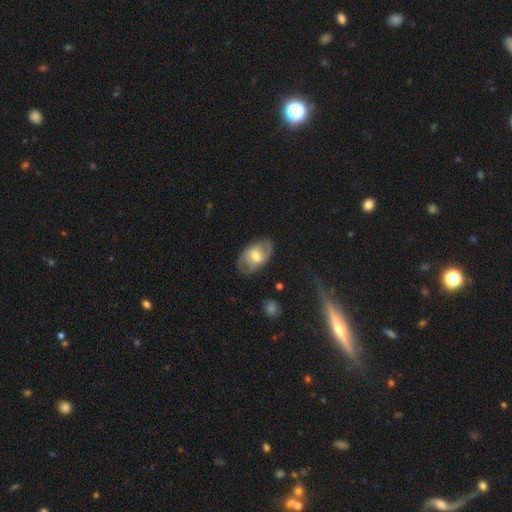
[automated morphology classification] A featured or disk galaxy (59%) with a weak bar (48%), spiral arms (75%) and a moderate central bulge (67%).

Vote fractions:
- Smooth or featured? featured or disk: 59% / smooth: 35% / star or artifact: 7%
- Edge-on disk? no: 93% / yes: 7%
- Bar? weak: 48% / no: 39% / strong: 13%
- Spiral arms? yes: 75% / no: 25%
- Bulge size? moderate: 67% / small: 22% / large: 8% / none: 2% / dominant: 1%
- Merging? none: 73% / minor disturbance: 19% / major disturbance: 6% / merger: 1%